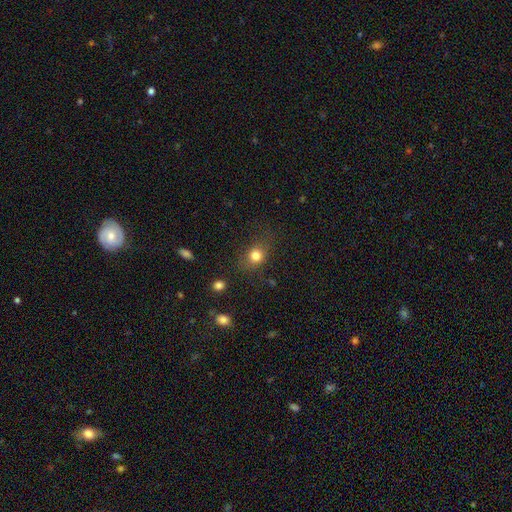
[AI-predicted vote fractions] Smooth or featured? Predicted: smooth (p=0.80). How rounded? Predicted: round (p=0.67). Merging? Predicted: none (p=0.73).